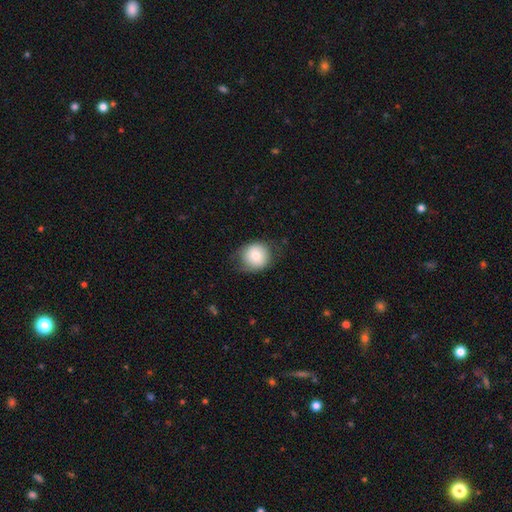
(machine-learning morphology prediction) Smooth or featured? Predicted: smooth (p=0.75). How rounded? Predicted: round (p=0.86). Merging? Predicted: none (p=0.74).